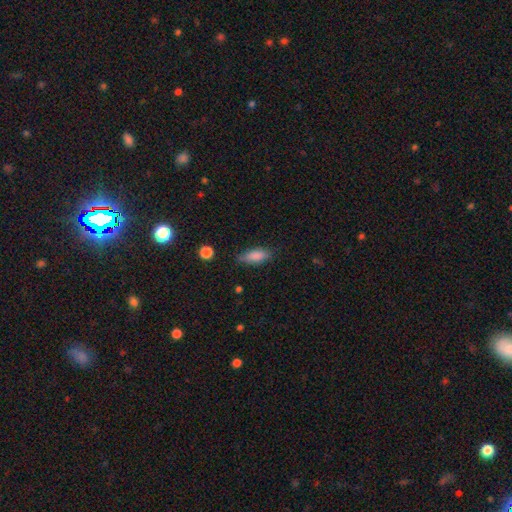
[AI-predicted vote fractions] This appears to be a smooth galaxy with no disk features (82%) that is in between round and cigar-shaped (72%). Merging: none (74%).